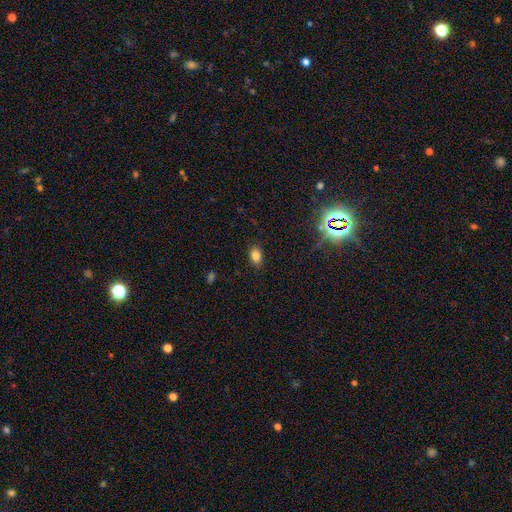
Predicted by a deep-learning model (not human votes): A smooth galaxy with no disk features (80%) that is in between round and cigar-shaped (80%).

Vote fractions:
- Smooth or featured? smooth: 80% / star or artifact: 14% / featured or disk: 6%
- How rounded? in between: 80% / round: 18% / cigar-shaped: 1%
- Merging? none: 86% / minor disturbance: 10% / major disturbance: 3% / merger: 1%